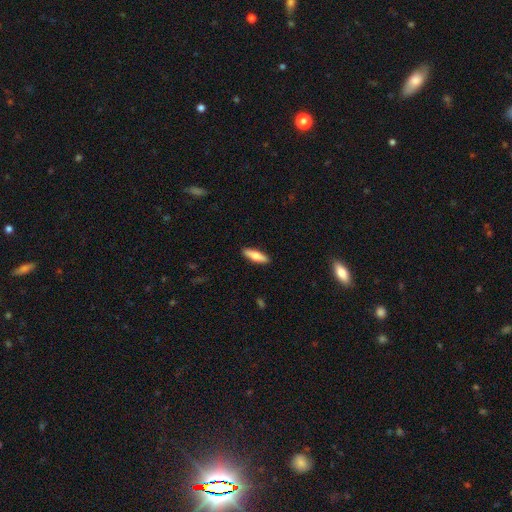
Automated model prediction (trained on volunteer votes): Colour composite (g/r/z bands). It shows a smooth galaxy with no disk features (75%) that is cigar-shaped (61%). Merging: none (90%).